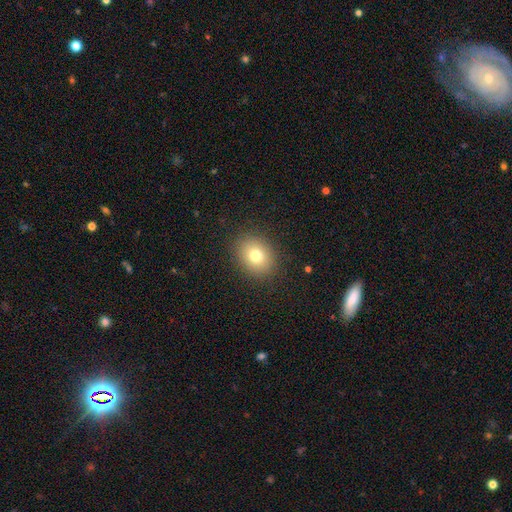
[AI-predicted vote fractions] smooth-or-featured: smooth: 77% | star or artifact: 12% | featured or disk: 11%
  how-rounded: round: 56% | in between: 43% | cigar-shaped: 1%
  merging: none: 88% | minor disturbance: 8% | major disturbance: 3% | merger: 1%